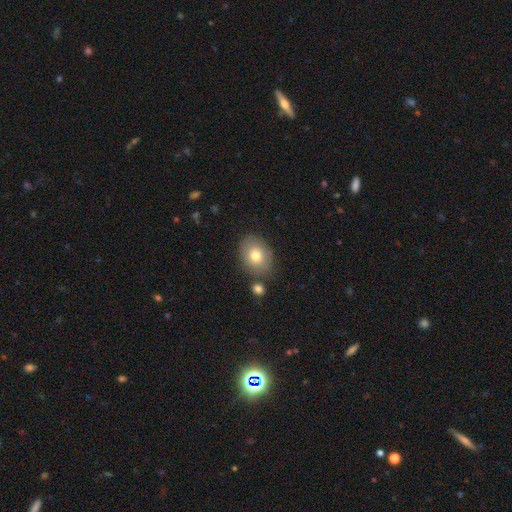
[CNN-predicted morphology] type=smooth (75%); roundness=in between (59%); merging=none (74%).